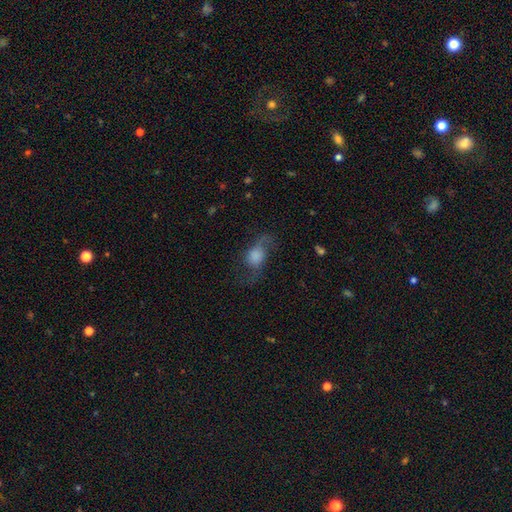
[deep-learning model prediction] Morphology: type=smooth (50%); merging=none (47%).